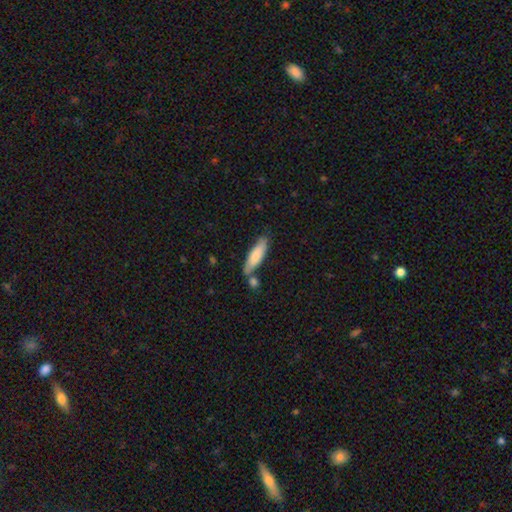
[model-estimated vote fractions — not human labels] smooth 77%, featured or disk 18%, star or artifact 6%. Down the decision tree: how rounded — cigar-shaped (58%); merging — none (63%).